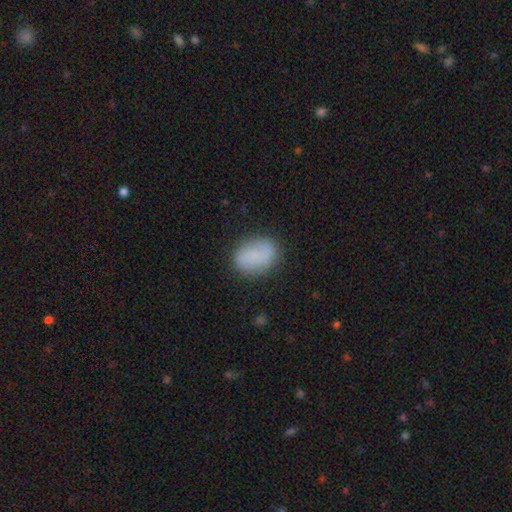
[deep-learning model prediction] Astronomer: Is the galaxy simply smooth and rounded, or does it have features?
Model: smooth — 76%.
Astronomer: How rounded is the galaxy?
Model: in between — 79%.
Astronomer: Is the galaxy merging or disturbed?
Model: none — 76%.